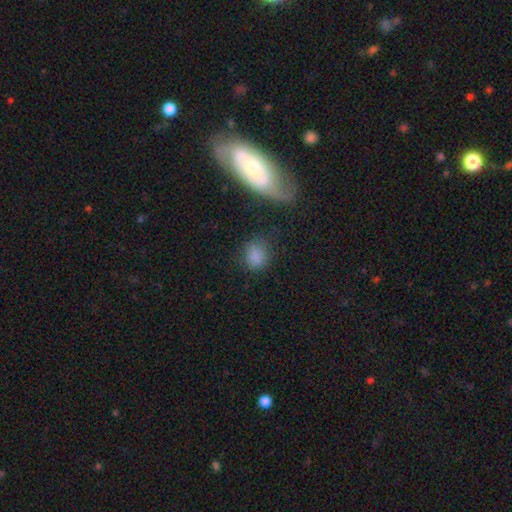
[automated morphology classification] Smooth or featured? smooth (81%)
How rounded? round (63%)
Merging? none (73%)